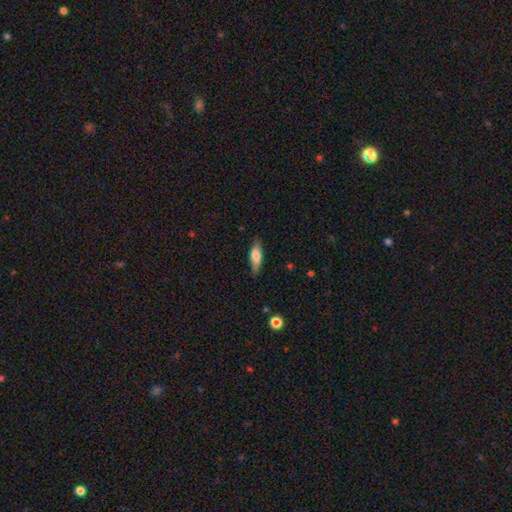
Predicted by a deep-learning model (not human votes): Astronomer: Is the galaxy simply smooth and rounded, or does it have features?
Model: smooth — 74%.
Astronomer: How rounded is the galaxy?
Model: in between — 59% (runner-up: cigar-shaped, 39%).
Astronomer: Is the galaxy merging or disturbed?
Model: none — 74%.